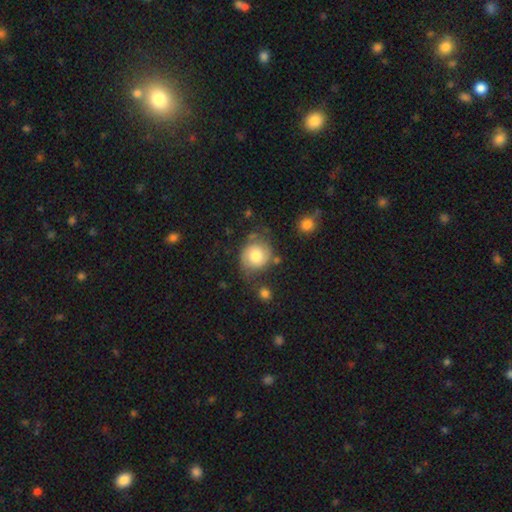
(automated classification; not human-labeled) smooth_or_featured: smooth (p=0.64) [alt: featured or disk p=0.28]
how_rounded: round (p=0.78) [alt: in between p=0.21]
merging: none (p=0.60) [alt: minor disturbance p=0.23]